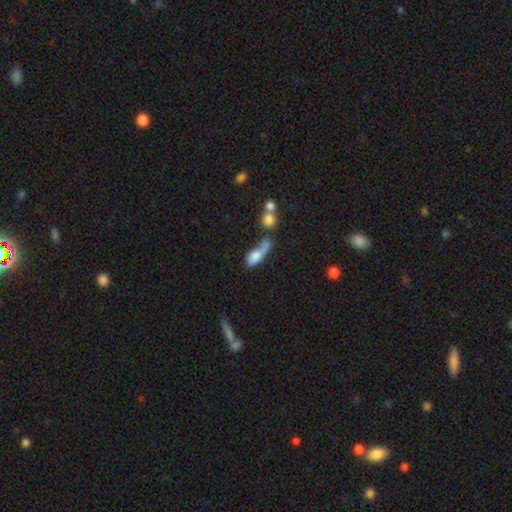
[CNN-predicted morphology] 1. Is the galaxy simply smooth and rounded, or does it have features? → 73% smooth, 18% featured or disk, 9% star or artifact.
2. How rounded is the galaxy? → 69% in between, 21% cigar-shaped, 10% round.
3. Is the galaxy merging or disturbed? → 44% merger, 22% none, 19% major disturbance, 15% minor disturbance.